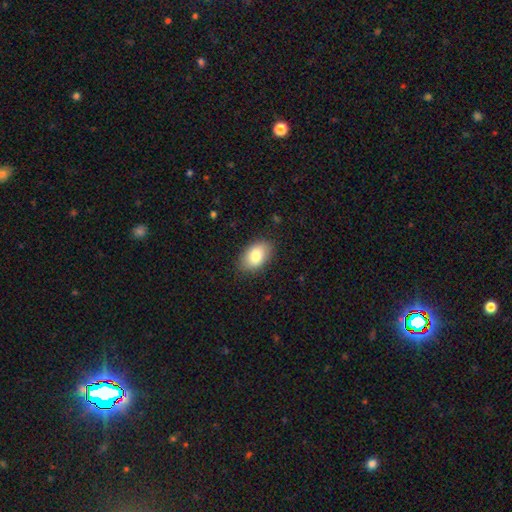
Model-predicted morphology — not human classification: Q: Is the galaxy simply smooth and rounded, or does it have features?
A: smooth — 81%.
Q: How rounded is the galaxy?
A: in between — 91%.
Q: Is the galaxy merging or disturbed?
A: none — 86%.